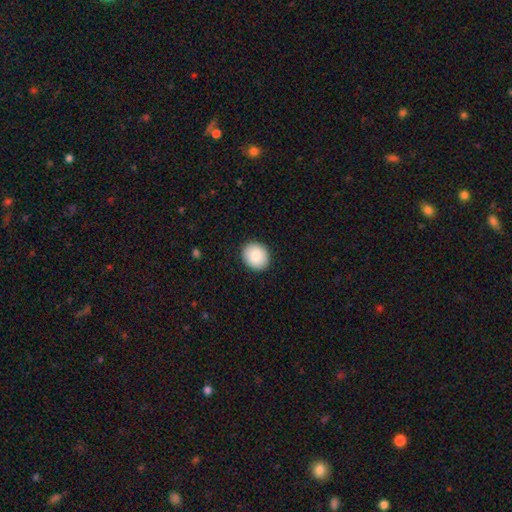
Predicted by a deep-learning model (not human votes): smooth_or_featured: smooth (p=0.84) [alt: featured or disk p=0.09]
how_rounded: round (p=0.71) [alt: in between p=0.29]
merging: none (p=0.91) [alt: minor disturbance p=0.07]